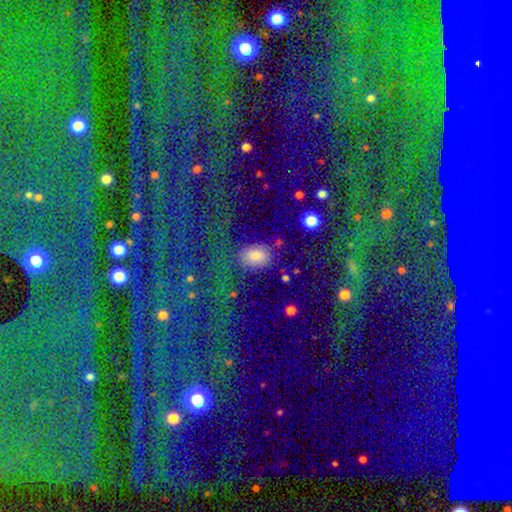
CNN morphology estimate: smooth-or-featured: smooth: 74% | star or artifact: 17% | featured or disk: 9%
  how-rounded: in between: 72% | round: 26% | cigar-shaped: 2%
  merging: none: 77% | minor disturbance: 13% | major disturbance: 6% | merger: 4%